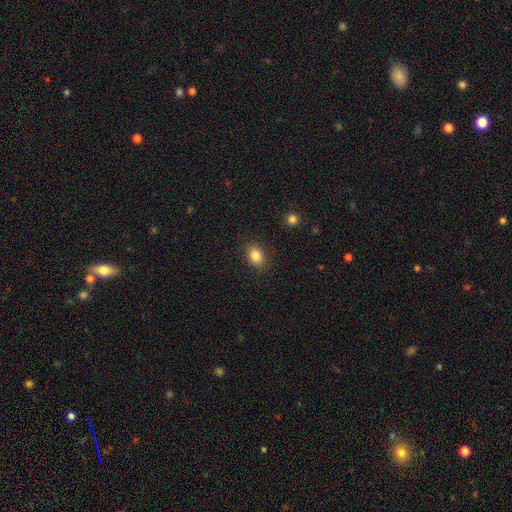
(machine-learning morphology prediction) The model was most divided on "how rounded": in between: 58%, round: 41%, cigar-shaped: 1%. More confident: merging — none (87%); smooth or featured — smooth (84%).